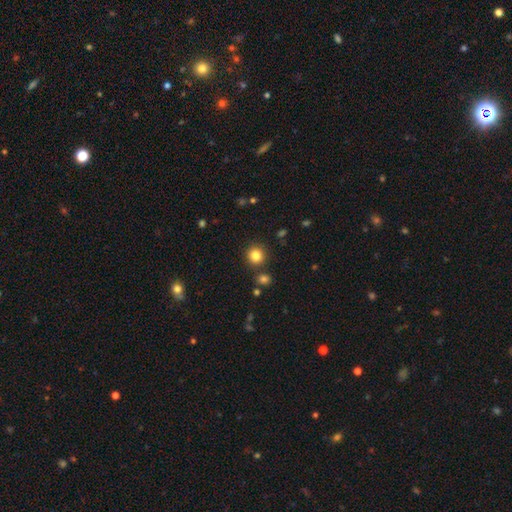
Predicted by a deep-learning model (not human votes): The model was most divided on "smooth or featured": smooth: 83%, star or artifact: 12%, featured or disk: 5%. More confident: how rounded — round (92%); merging — none (87%).